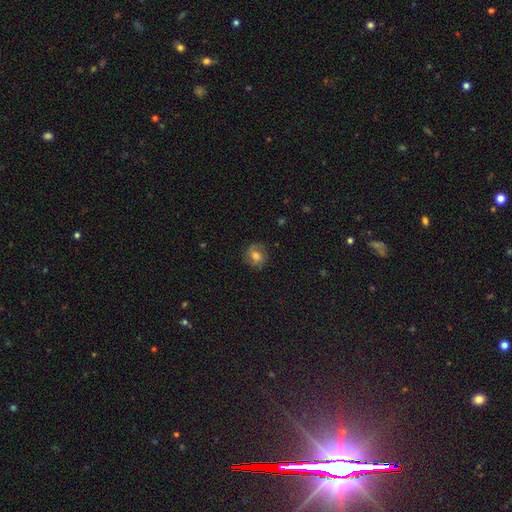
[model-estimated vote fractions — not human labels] Smooth or featured? smooth (47%)
Merging? none (74%)